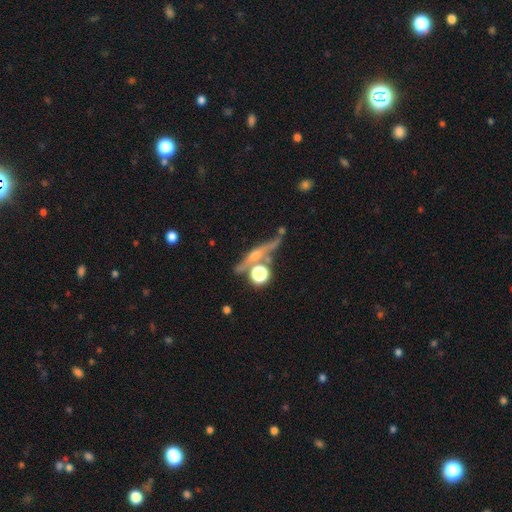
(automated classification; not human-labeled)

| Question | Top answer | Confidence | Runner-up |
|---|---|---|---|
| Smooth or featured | featured or disk | 59% | smooth (23%) |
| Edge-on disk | yes | 88% | no (12%) |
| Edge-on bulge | rounded | 65% | none (24%) |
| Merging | none | 68% | merger (13%) |